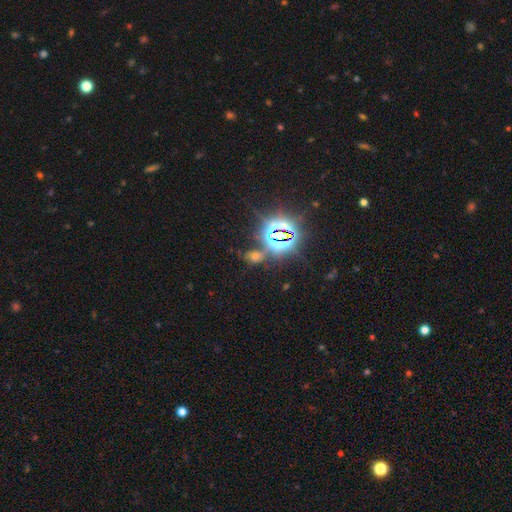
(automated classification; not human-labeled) star or artifact 71%, smooth 19%, featured or disk 10%.